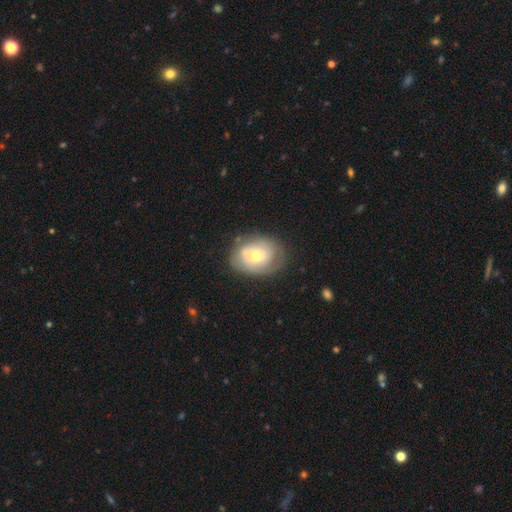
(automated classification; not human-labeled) Smooth or featured? featured or disk (47%)
Merging? none (54%)